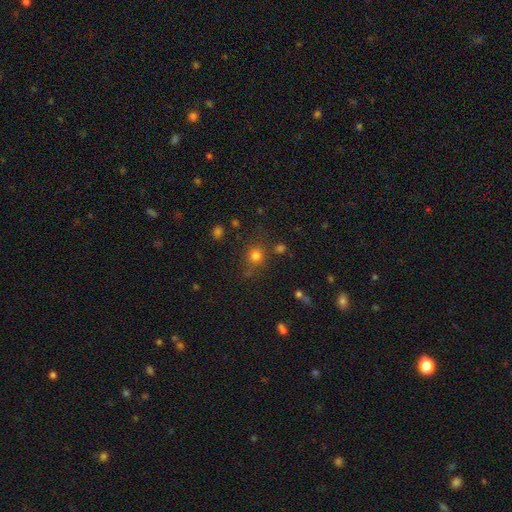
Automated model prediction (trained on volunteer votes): Smooth or featured? Predicted: smooth (p=0.76). How rounded? Predicted: round (p=0.88). Merging? Predicted: none (p=0.76).